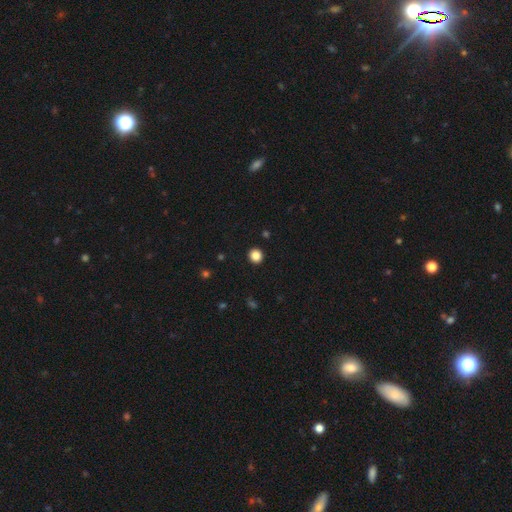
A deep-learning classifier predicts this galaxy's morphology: The model was most divided on "smooth or featured": smooth: 86%, star or artifact: 11%, featured or disk: 3%. More confident: merging — none (93%); how rounded — round (91%).